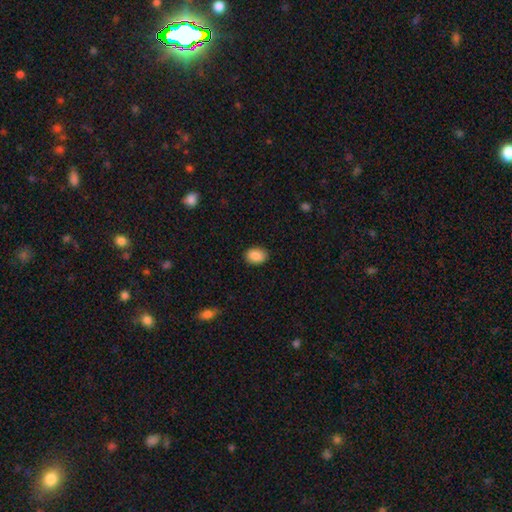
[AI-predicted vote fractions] A smooth galaxy with no disk features (89%) that is in between round and cigar-shaped (76%). Merging: none (87%).